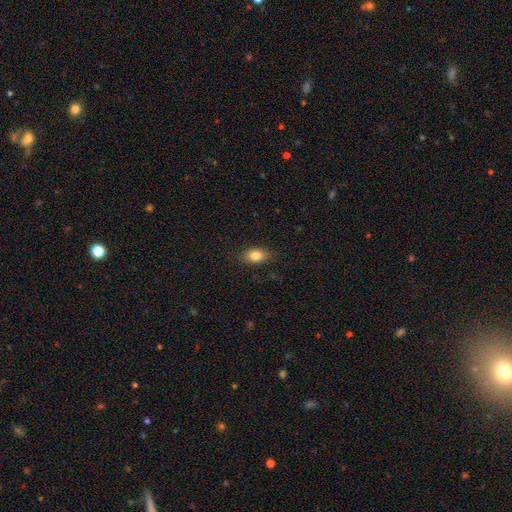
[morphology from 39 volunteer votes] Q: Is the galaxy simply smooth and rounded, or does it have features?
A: smooth — 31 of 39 (79%).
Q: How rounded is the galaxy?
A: in between — 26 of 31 (84%).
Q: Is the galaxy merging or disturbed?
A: none — 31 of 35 (89%).